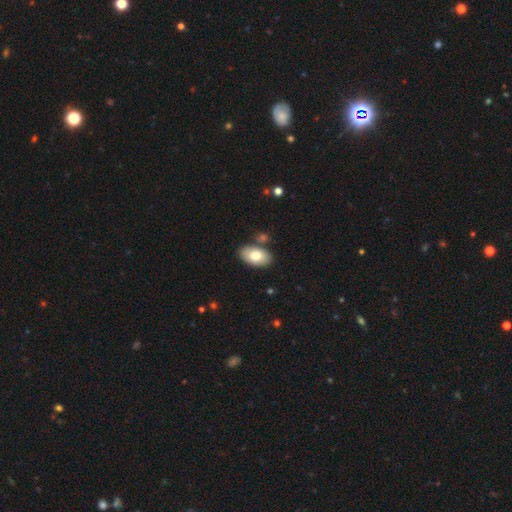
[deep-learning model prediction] Smooth or featured? Predicted: smooth (p=0.76). How rounded? Predicted: in between (p=0.94). Merging? Predicted: none (p=0.79).